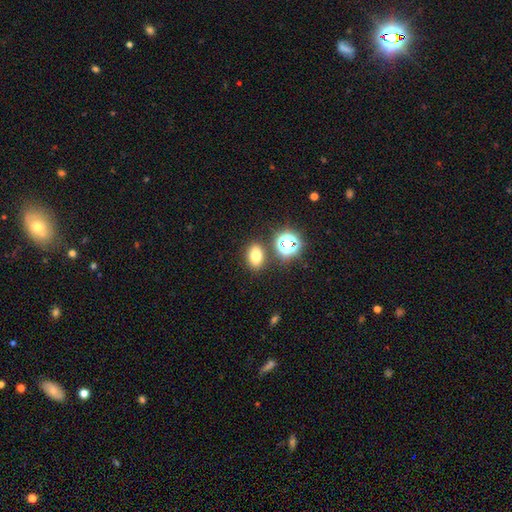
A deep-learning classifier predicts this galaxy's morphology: A smooth galaxy with no disk features (71%) that is in between round and cigar-shaped (73%). Merging: none (79%).